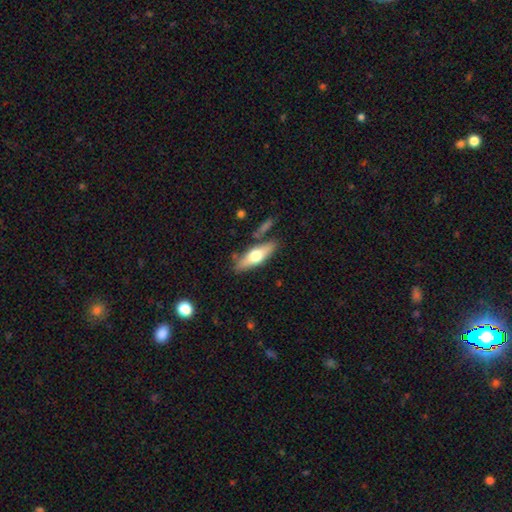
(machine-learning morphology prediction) The model was most divided on "how rounded": in between: 50%, cigar-shaped: 47%, round: 3%. More confident: merging — none (79%); smooth or featured — smooth (52%).